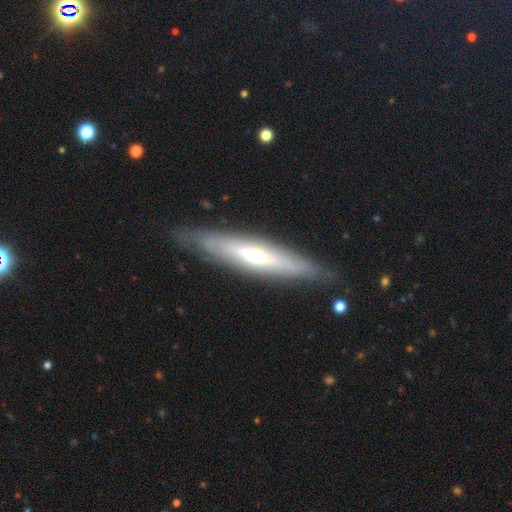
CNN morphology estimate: Smooth or featured: featured or disk — 65% (smooth — 29%)
Edge-on disk: yes — 70% (no — 30%)
Merging: none — 83% (minor disturbance — 12%)